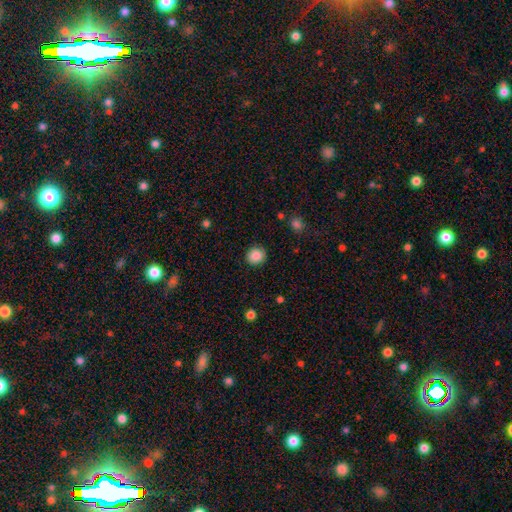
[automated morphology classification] The model was most divided on "how rounded": round: 87%, in between: 12%, cigar-shaped: 1%. More confident: merging — none (89%); smooth or featured — smooth (88%).